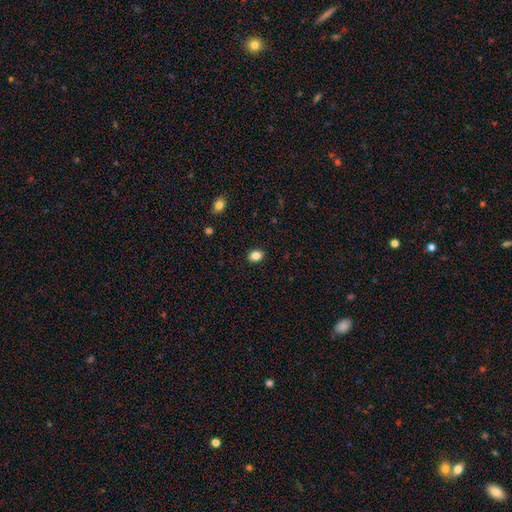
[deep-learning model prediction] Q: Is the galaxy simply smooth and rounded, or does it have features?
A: smooth — 85%.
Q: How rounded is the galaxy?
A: in between — 68%.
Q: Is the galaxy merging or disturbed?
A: none — 90%.